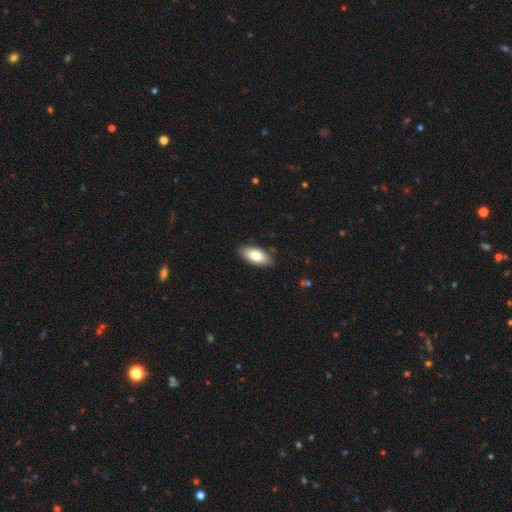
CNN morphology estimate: Smooth or featured? smooth (79%)
How rounded? in between (90%)
Merging? none (87%)